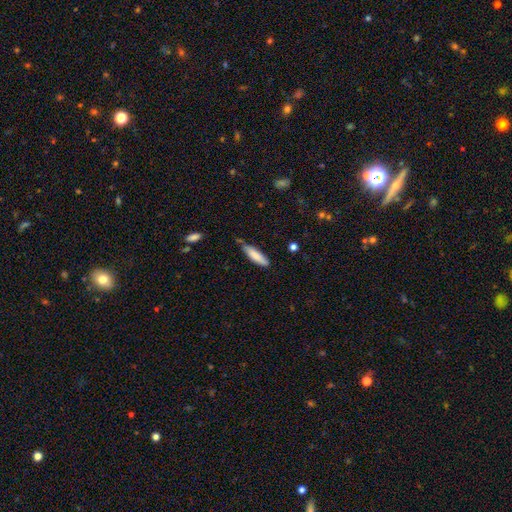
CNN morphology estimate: Smooth or featured? smooth (82%)
How rounded? cigar-shaped (71%)
Merging? none (71%)